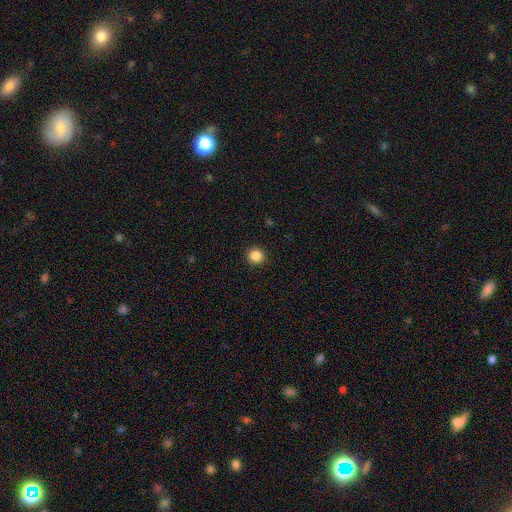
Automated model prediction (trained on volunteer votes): This appears to be a smooth galaxy with no disk features (87%) that is round (93%). Merging: none (93%).